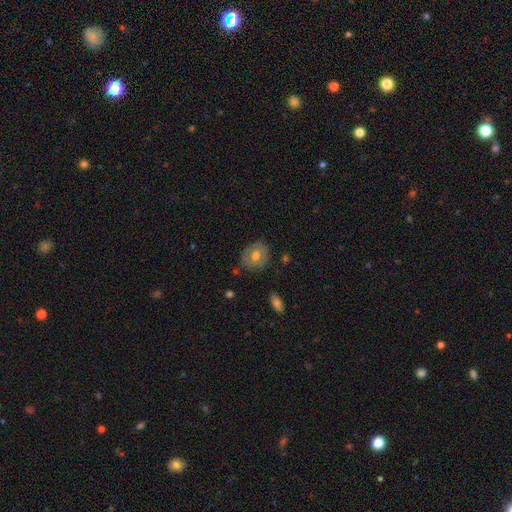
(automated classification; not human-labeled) smooth 59%, featured or disk 33%, star or artifact 8%. Down the decision tree: how rounded — round (64%); merging — none (76%).